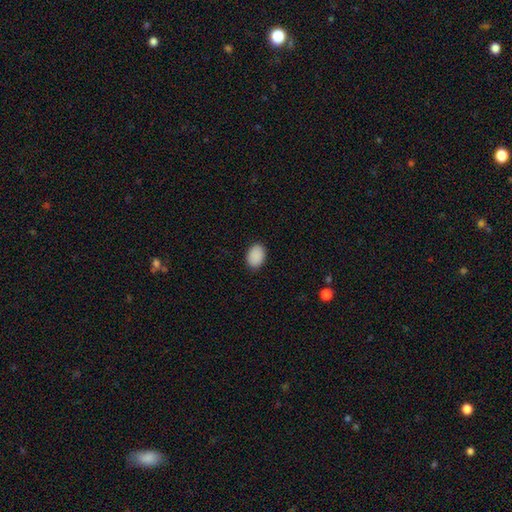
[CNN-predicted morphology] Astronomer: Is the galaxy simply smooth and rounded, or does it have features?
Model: smooth — 90%.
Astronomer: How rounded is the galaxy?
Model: in between — 83%.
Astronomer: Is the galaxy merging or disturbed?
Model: none — 89%.